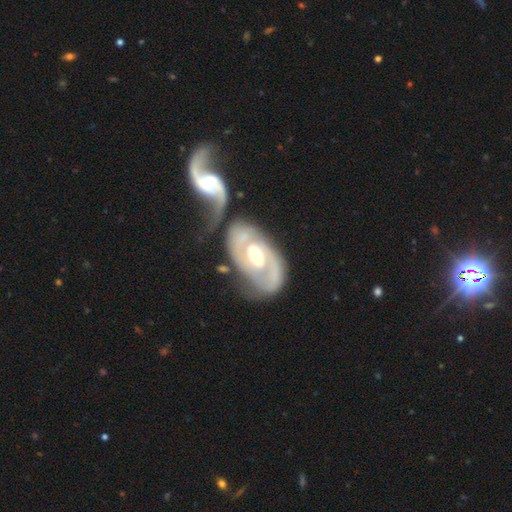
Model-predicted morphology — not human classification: Q: Smooth or featured?
A: featured or disk (82%); runner-up: smooth (13%)
Q: Edge-on disk?
A: no (95%); runner-up: yes (5%)
Q: Bar?
A: no (40%); runner-up: weak (39%)
Q: Spiral arms?
A: yes (84%); runner-up: no (16%)
Q: Spiral winding?
A: medium (41%); runner-up: tight (39%)
Q: Spiral arm count?
A: 2 (77%); runner-up: can't tell (10%)
Q: Bulge size?
A: moderate (73%); runner-up: large (16%)
Q: Merging?
A: none (39%); runner-up: merger (31%)